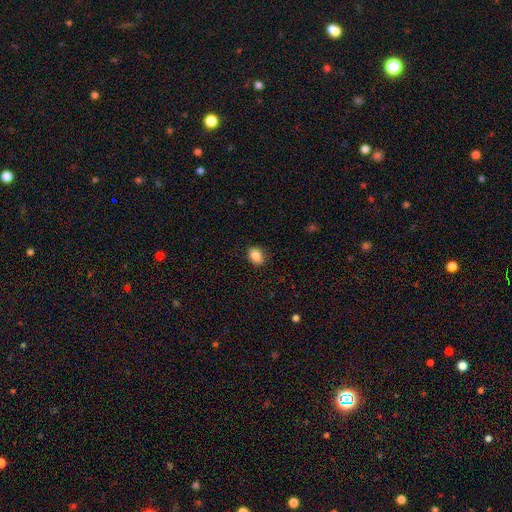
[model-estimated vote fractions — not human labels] Q: Smooth or featured?
A: smooth (88%); runner-up: star or artifact (9%)
Q: How rounded?
A: in between (65%); runner-up: round (34%)
Q: Merging?
A: none (84%); runner-up: minor disturbance (12%)